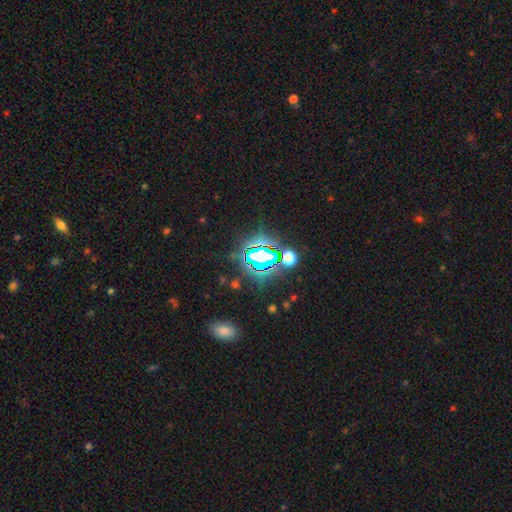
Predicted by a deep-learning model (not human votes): Overall: star or artifact (80%).